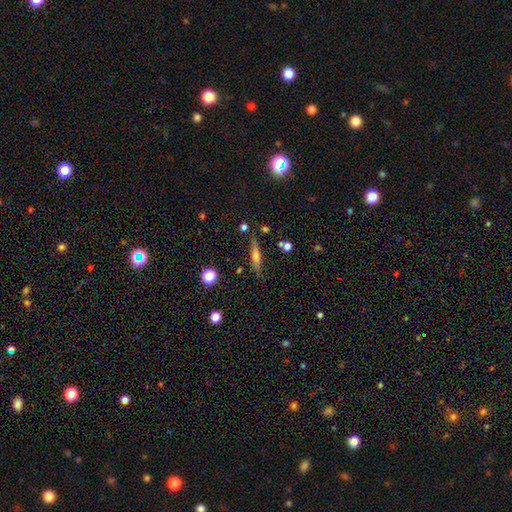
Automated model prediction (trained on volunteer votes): A smooth galaxy with no disk features (50%).

Vote fractions:
- Smooth or featured? smooth: 50% / featured or disk: 41% / star or artifact: 9%
- Merging? none: 81% / minor disturbance: 12% / merger: 4% / major disturbance: 3%